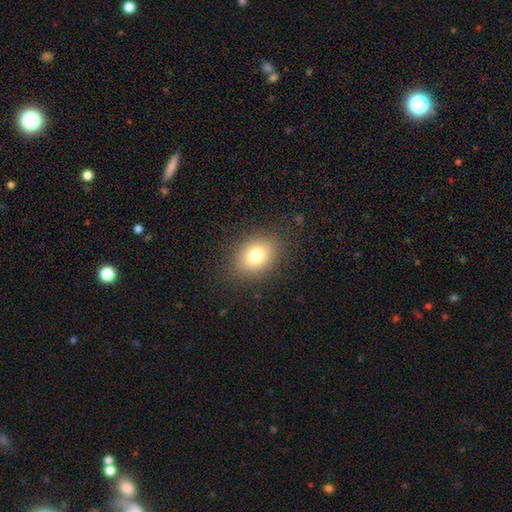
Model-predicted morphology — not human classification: Smooth or featured? Predicted: smooth (p=0.77). How rounded? Predicted: in between (p=0.57). Merging? Predicted: none (p=0.85).